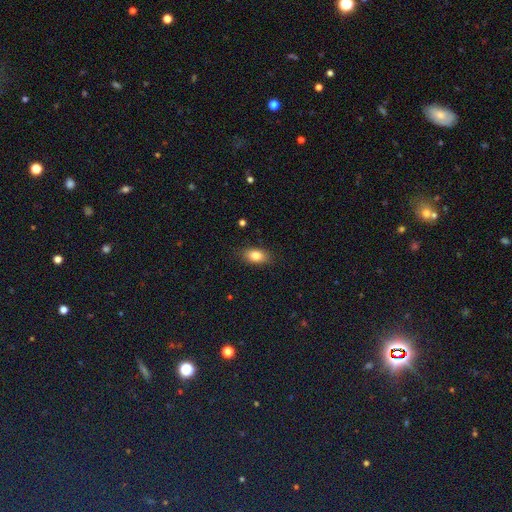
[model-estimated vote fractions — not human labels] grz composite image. It shows a smooth galaxy with no disk features (82%) that is in between round and cigar-shaped (88%). Merging: none (86%).